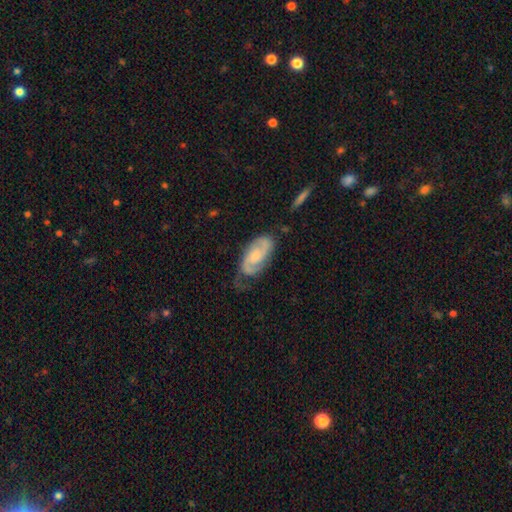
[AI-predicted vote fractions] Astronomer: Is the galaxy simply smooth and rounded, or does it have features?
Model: featured or disk — 76%.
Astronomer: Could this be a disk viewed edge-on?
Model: no — 95%.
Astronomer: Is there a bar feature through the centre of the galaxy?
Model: no — 59% (runner-up: weak, 34%).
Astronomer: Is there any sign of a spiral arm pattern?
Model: yes — 95%.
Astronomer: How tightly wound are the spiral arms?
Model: medium — 45% (runner-up: tight, 39%).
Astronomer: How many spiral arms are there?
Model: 2 — 81%.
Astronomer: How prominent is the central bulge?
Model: small — 38% (runner-up: moderate, 36%).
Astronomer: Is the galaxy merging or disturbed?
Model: none — 56%.